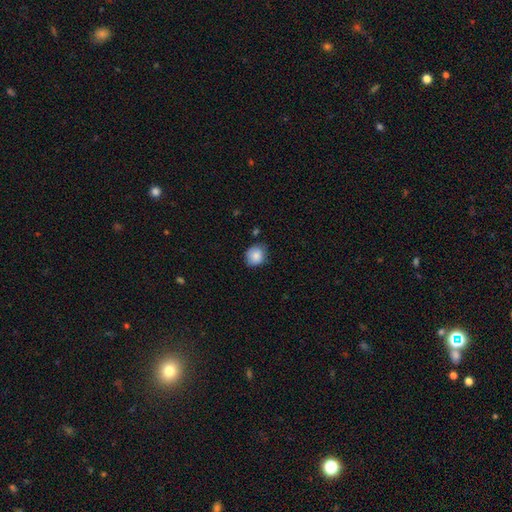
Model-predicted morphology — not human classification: Smooth or featured? smooth (86%)
How rounded? round (76%)
Merging? none (76%)